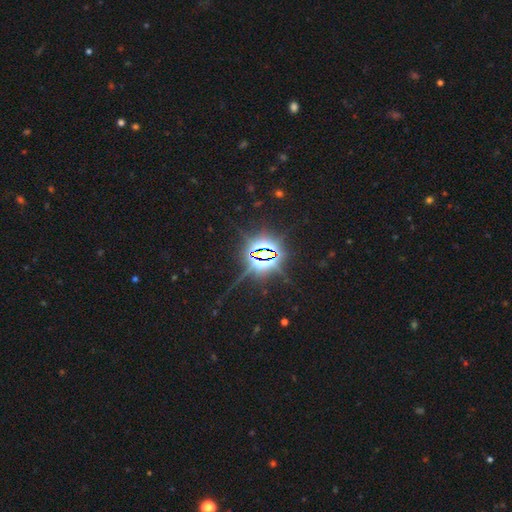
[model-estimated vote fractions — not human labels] The model was most divided on "smooth or featured": star or artifact: 87%, smooth: 8%, featured or disk: 5%.